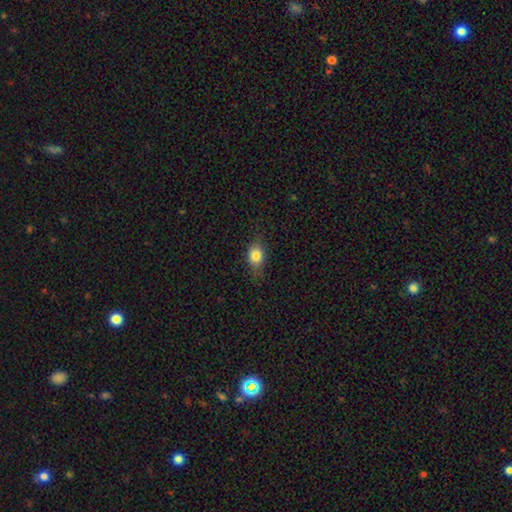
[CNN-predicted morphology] smooth 81%, featured or disk 9%, star or artifact 9%. Down the decision tree: how rounded — in between (62%); merging — none (72%).